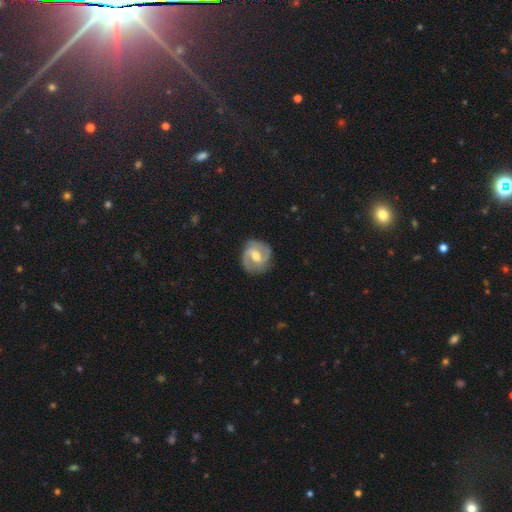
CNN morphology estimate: Q: Smooth or featured?
A: featured or disk (78%); runner-up: smooth (17%)
Q: Edge-on disk?
A: no (97%); runner-up: yes (3%)
Q: Bar?
A: weak (50%); runner-up: no (28%)
Q: Spiral arms?
A: yes (92%); runner-up: no (8%)
Q: Spiral winding?
A: medium (48%); runner-up: tight (35%)
Q: Spiral arm count?
A: 2 (71%); runner-up: 3 (13%)
Q: Bulge size?
A: moderate (74%); runner-up: small (20%)
Q: Merging?
A: none (81%); runner-up: minor disturbance (14%)